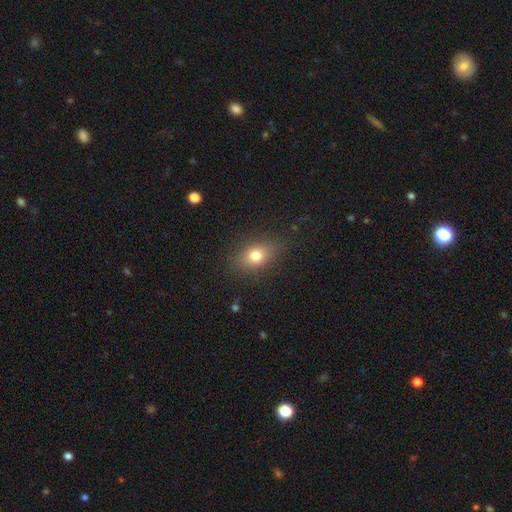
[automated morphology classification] Q: Smooth or featured?
A: smooth (76%); runner-up: featured or disk (12%)
Q: How rounded?
A: in between (71%); runner-up: round (25%)
Q: Merging?
A: none (84%); runner-up: minor disturbance (11%)